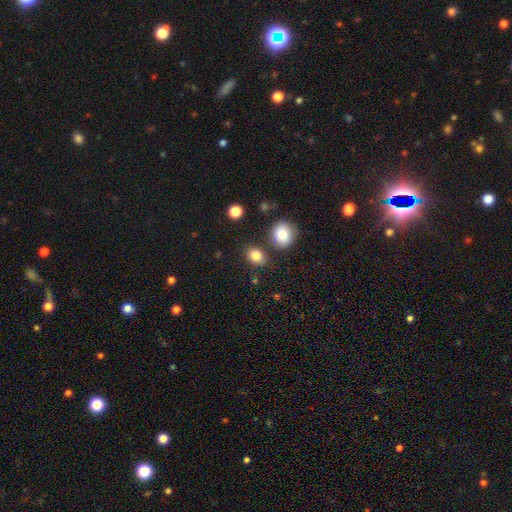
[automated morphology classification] Overall: smooth (83%). How rounded: in between (67%; round 31%). Merging: none (77%).